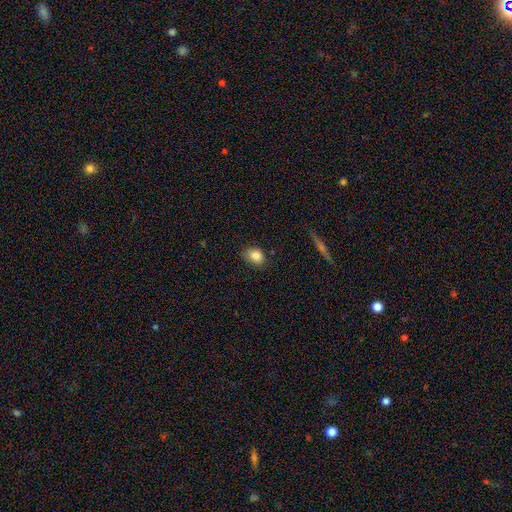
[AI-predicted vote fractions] A smooth galaxy with no disk features (84%) that is in between round and cigar-shaped (62%).

Vote fractions:
- Smooth or featured? smooth: 84% / star or artifact: 10% / featured or disk: 6%
- How rounded? in between: 62% / round: 37% / cigar-shaped: 1%
- Merging? none: 73% / minor disturbance: 21% / major disturbance: 4% / merger: 2%